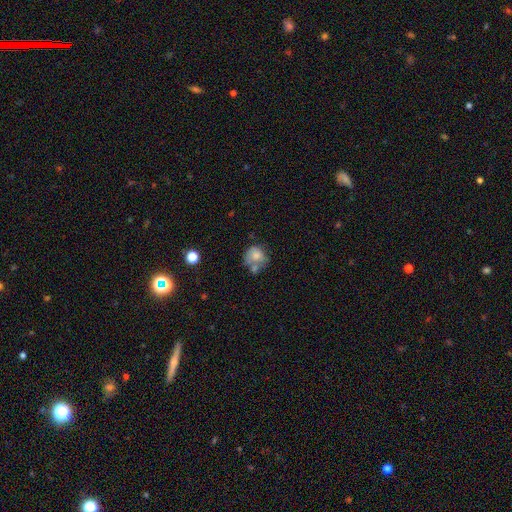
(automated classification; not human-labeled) smooth-or-featured: smooth: 68% | featured or disk: 22% | star or artifact: 9%
  how-rounded: round: 71% | in between: 28% | cigar-shaped: 1%
  merging: merger: 34% | none: 33% | minor disturbance: 20% | major disturbance: 13%